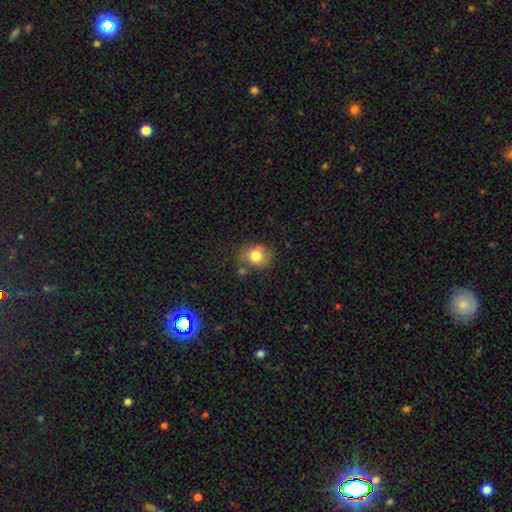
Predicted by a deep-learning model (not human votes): The model was most divided on "how rounded": round: 66%, in between: 33%, cigar-shaped: 1%. More confident: smooth or featured — smooth (77%); merging — none (62%).